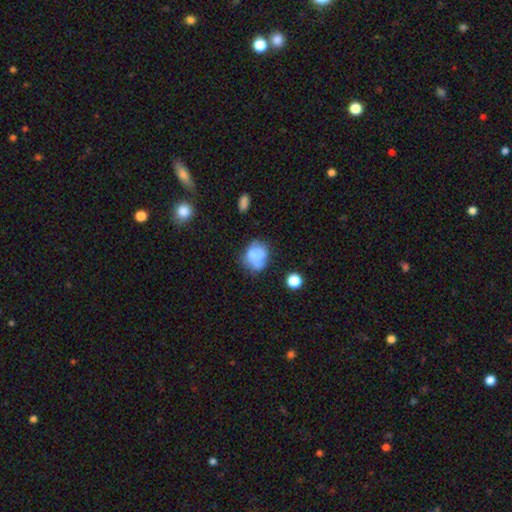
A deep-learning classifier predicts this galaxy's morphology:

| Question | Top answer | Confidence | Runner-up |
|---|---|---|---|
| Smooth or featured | smooth | 68% | featured or disk (22%) |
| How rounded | round | 54% | in between (45%) |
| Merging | none | 45% | minor disturbance (30%) |